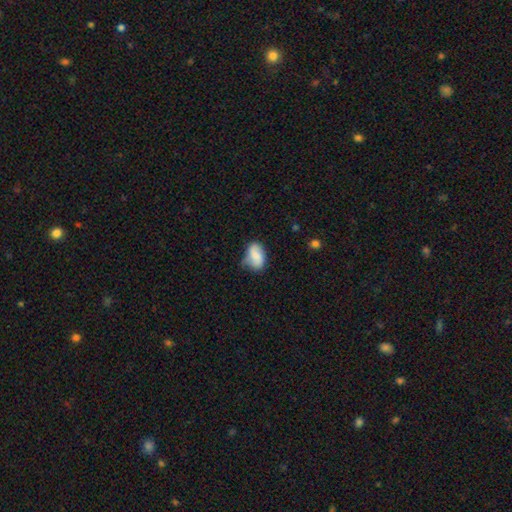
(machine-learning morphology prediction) Q: Smooth or featured?
A: smooth (71%); runner-up: featured or disk (21%)
Q: How rounded?
A: in between (85%); runner-up: round (13%)
Q: Merging?
A: none (46%); runner-up: minor disturbance (39%)